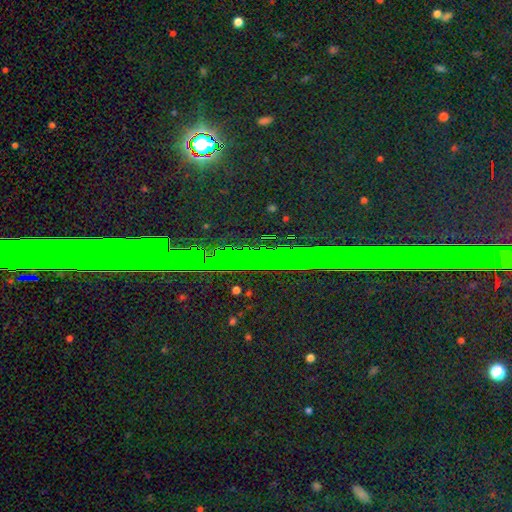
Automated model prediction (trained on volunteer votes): This appears to be a star or artifact, not a galaxy (87%).